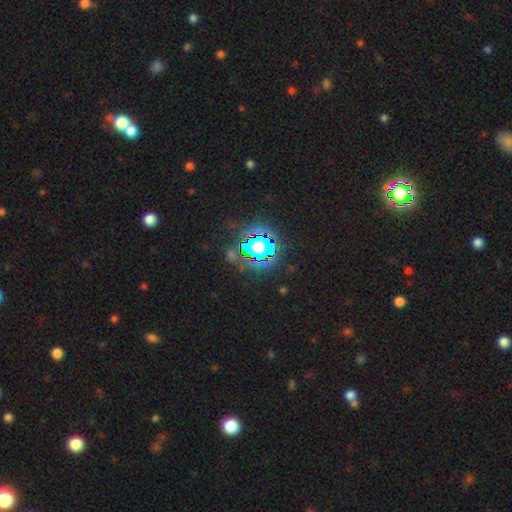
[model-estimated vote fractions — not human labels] A star or artifact, not a galaxy (80%).